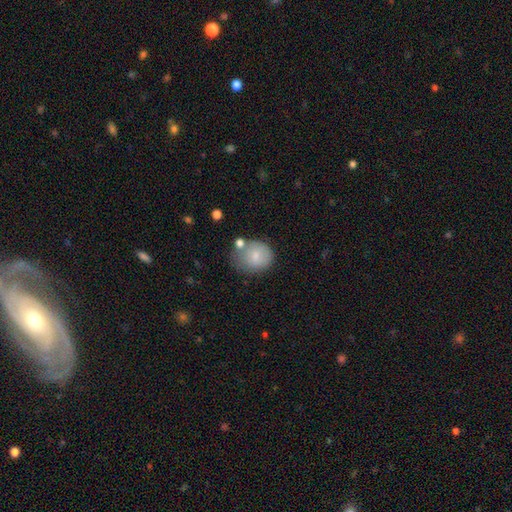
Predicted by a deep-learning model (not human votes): The model was most divided on "merging": none: 52%, minor disturbance: 24%, merger: 14%, major disturbance: 10%. More confident: smooth or featured — smooth (78%); how rounded — round (72%).